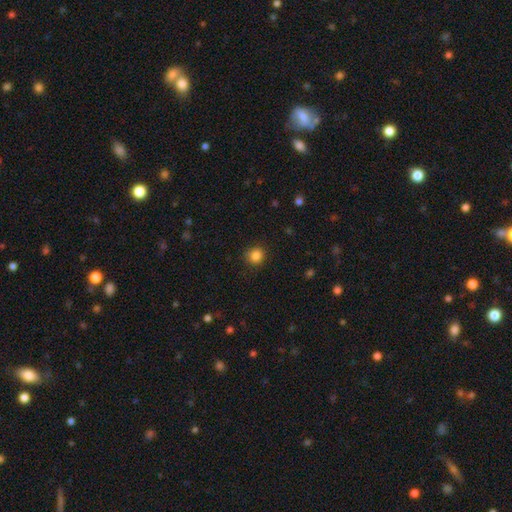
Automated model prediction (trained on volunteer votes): This appears to be a smooth galaxy with no disk features (85%) that is round (90%). Merging: none (87%).